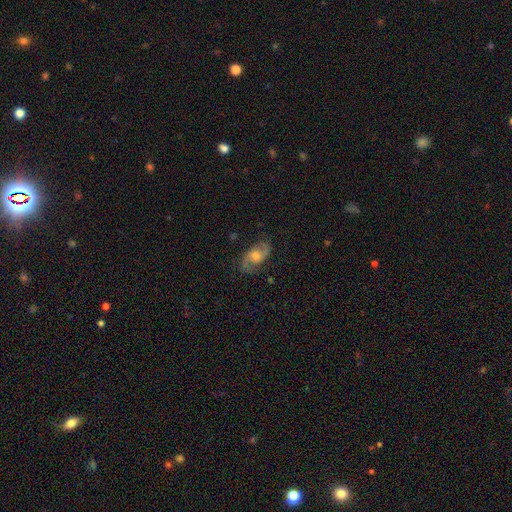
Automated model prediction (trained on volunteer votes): Smooth or featured?
  - featured or disk: 74% *
  - smooth: 18%
  - star or artifact: 7%
Edge-on disk?
  - no: 96% *
  - yes: 4%
Bar?
  - no: 59% *
  - weak: 35%
  - strong: 6%
Spiral arms?
  - yes: 93% *
  - no: 7%
Spiral winding?
  - medium: 50% *
  - loose: 31%
  - tight: 18%
Spiral arm count?
  - 2: 89% *
  - can't tell: 5%
  - 1: 2%
  - 3: 1%
  - 4: 1%
  - more than 4: 1%
Bulge size?
  - moderate: 60% *
  - small: 23%
  - large: 12%
  - none: 4%
  - dominant: 1%
Merging?
  - none: 76% *
  - minor disturbance: 16%
  - major disturbance: 6%
  - merger: 1%